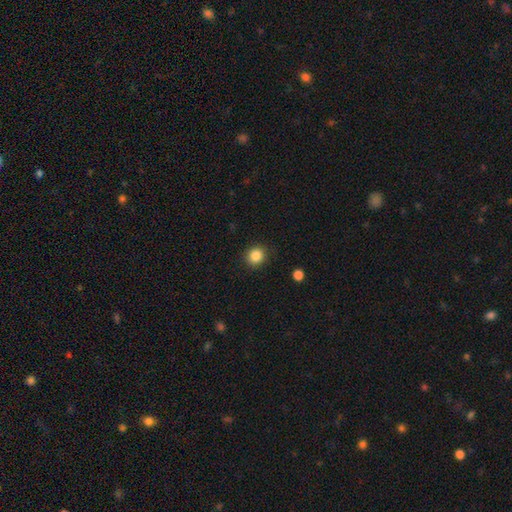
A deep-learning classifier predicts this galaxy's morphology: Smooth or featured? smooth (86%)
How rounded? round (85%)
Merging? none (90%)